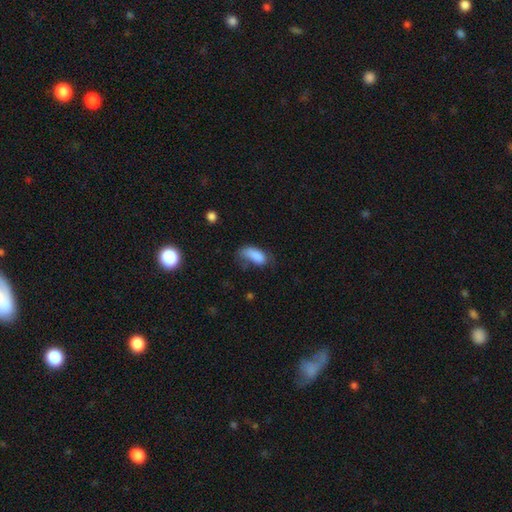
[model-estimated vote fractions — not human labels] smooth_or_featured: smooth (p=0.82) [alt: featured or disk p=0.09]
how_rounded: in between (p=0.85) [alt: cigar-shaped p=0.11]
merging: none (p=0.35) [alt: minor disturbance p=0.33]